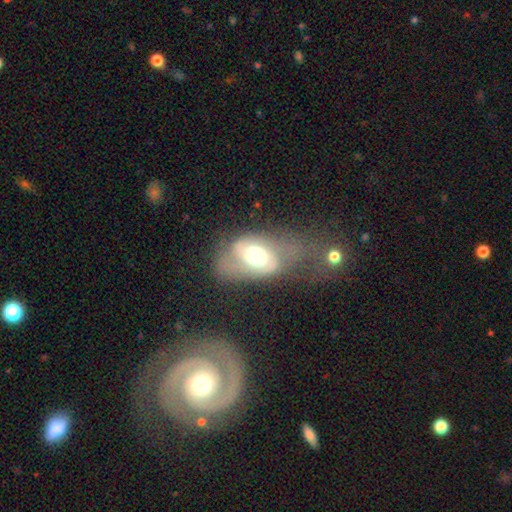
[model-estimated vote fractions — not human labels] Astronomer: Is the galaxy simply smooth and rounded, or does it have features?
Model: featured or disk — 60%.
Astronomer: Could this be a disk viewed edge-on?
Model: no — 94%.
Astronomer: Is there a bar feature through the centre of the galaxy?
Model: no — 66%.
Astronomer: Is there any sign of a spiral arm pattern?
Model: yes — 72%.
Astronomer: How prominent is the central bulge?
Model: moderate — 47% (runner-up: large, 42%).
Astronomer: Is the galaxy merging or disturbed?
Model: major disturbance — 38% (runner-up: none, 28%).